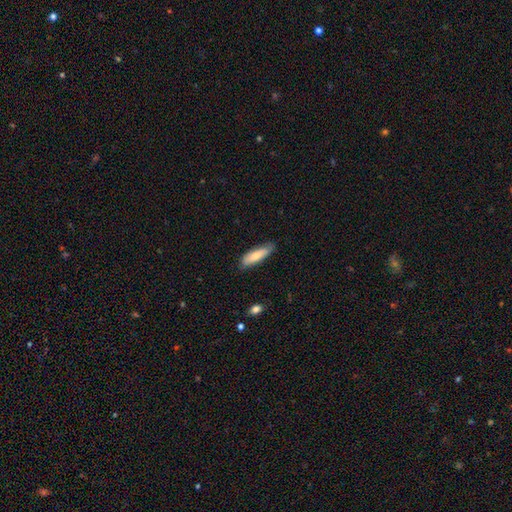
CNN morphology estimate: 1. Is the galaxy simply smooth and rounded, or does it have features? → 77% smooth, 17% featured or disk, 6% star or artifact.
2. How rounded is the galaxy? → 57% cigar-shaped, 41% in between, 1% round.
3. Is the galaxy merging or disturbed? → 79% none, 17% minor disturbance, 3% major disturbance, 1% merger.